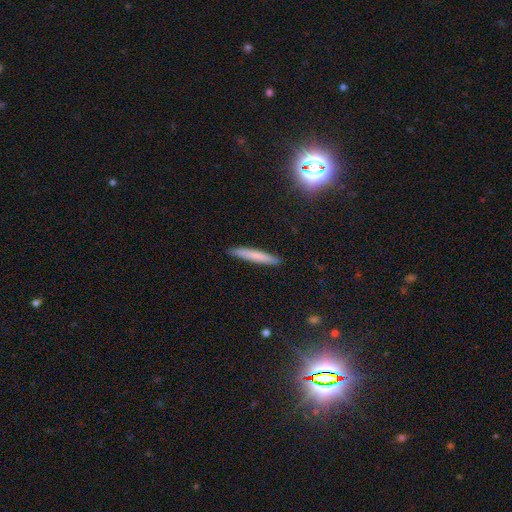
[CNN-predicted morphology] A smooth galaxy with no disk features (72%) that is cigar-shaped (95%).

Vote fractions:
- Smooth or featured? smooth: 72% / featured or disk: 20% / star or artifact: 8%
- How rounded? cigar-shaped: 95% / in between: 4% / round: 1%
- Merging? none: 90% / minor disturbance: 7% / major disturbance: 2% / merger: 1%